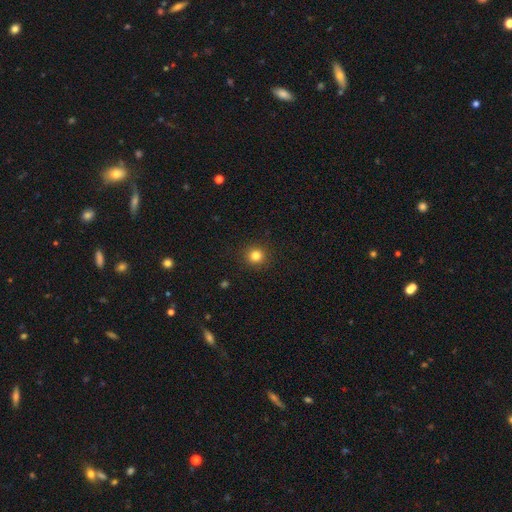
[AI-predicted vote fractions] A smooth galaxy with no disk features (82%) that is round (93%).

Vote fractions:
- Smooth or featured? smooth: 82% / star or artifact: 13% / featured or disk: 5%
- How rounded? round: 93% / in between: 6% / cigar-shaped: 1%
- Merging? none: 91% / minor disturbance: 5% / major disturbance: 2% / merger: 1%